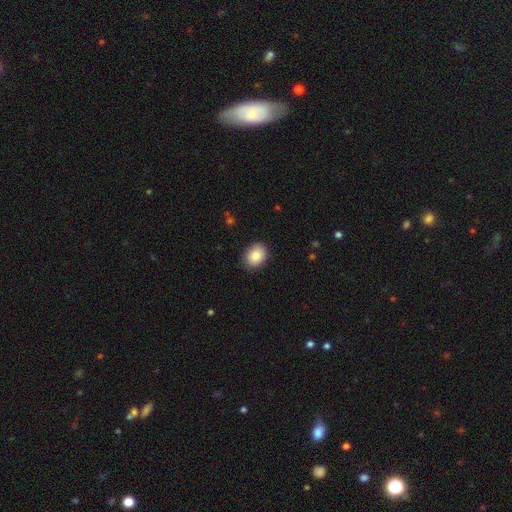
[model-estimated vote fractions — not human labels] A smooth galaxy with no disk features (85%) that is in between round and cigar-shaped (54%).

Vote fractions:
- Smooth or featured? smooth: 85% / star or artifact: 8% / featured or disk: 7%
- How rounded? in between: 54% / round: 45% / cigar-shaped: 1%
- Merging? none: 87% / minor disturbance: 10% / major disturbance: 2% / merger: 1%